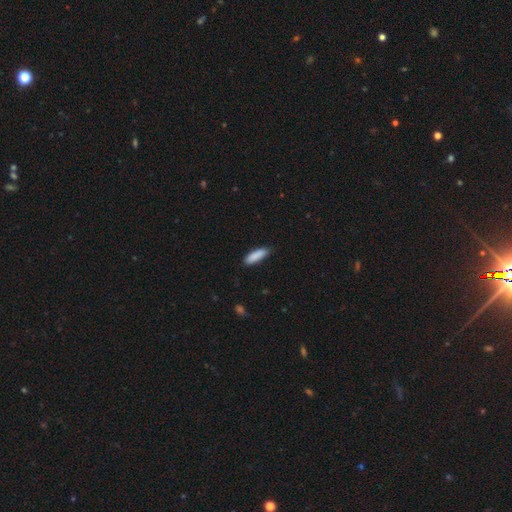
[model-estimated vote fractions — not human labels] The model was most divided on "how rounded": cigar-shaped: 59%, in between: 40%, round: 1%. More confident: smooth or featured — smooth (89%); merging — none (84%).